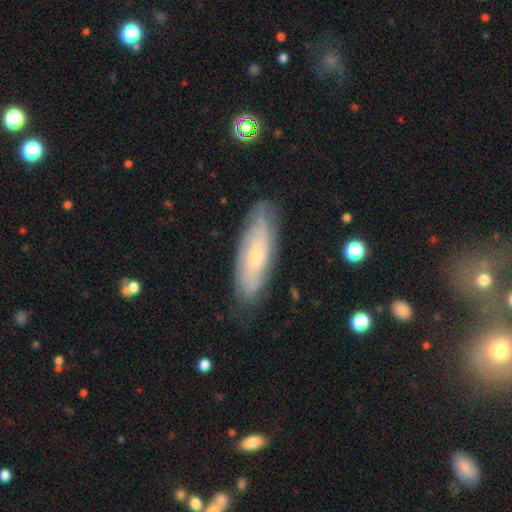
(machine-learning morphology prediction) type=featured or disk (51%); edge-on=no (72%); merging=none (78%).